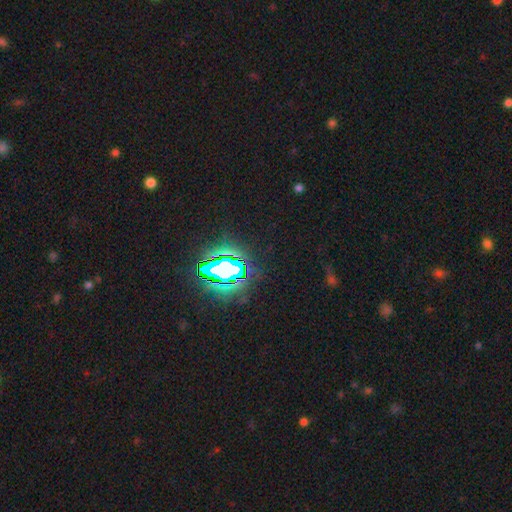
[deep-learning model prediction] This is clearly a star or artifact rather than a galaxy (83%).